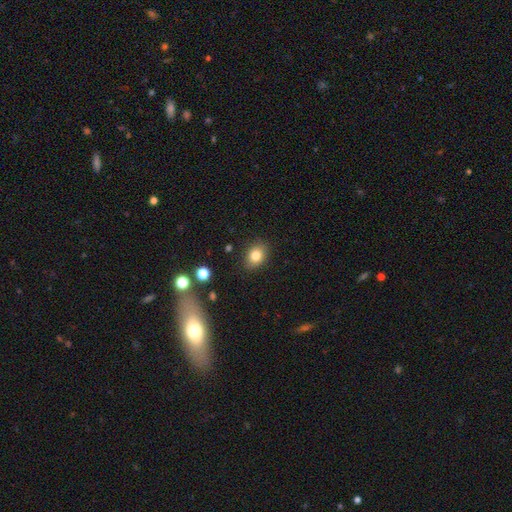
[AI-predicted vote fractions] Smooth or featured? smooth (81%)
How rounded? in between (64%)
Merging? none (86%)